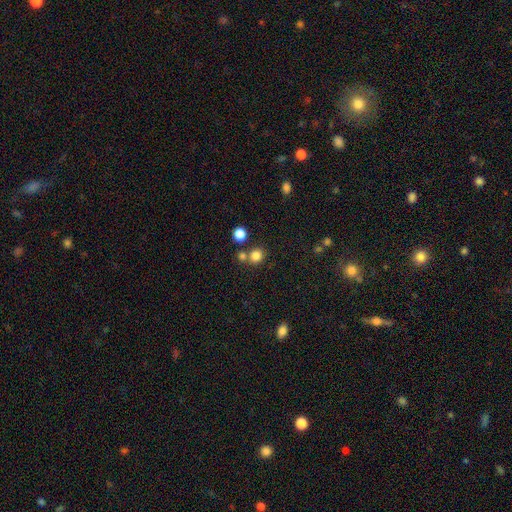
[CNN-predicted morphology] A smooth galaxy with no disk features (81%) that is round (85%). Merging: none (65%).